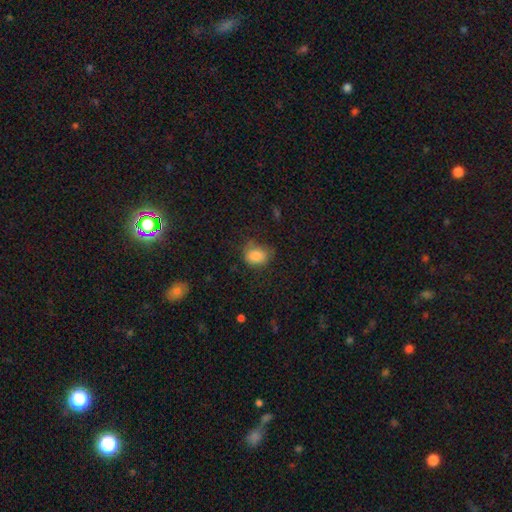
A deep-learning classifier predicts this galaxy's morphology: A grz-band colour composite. It shows a smooth galaxy with no disk features (83%) that is in between round and cigar-shaped (60%). Merging: none (56%).